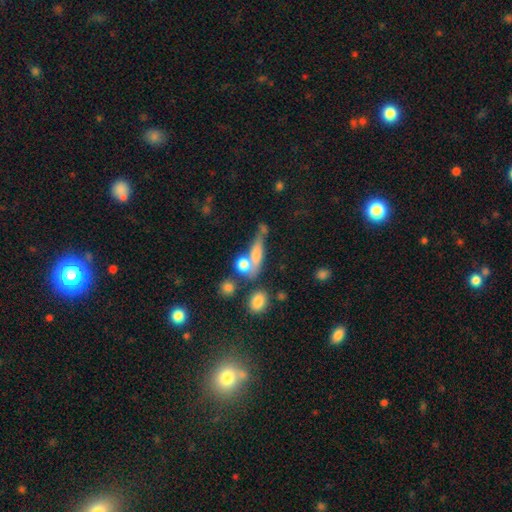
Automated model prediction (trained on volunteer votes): The model was most divided on "merging": none: 39%, merger: 35%, minor disturbance: 15%, major disturbance: 11%. Remaining: smooth or featured — smooth (63%); how rounded — cigar-shaped (46%).